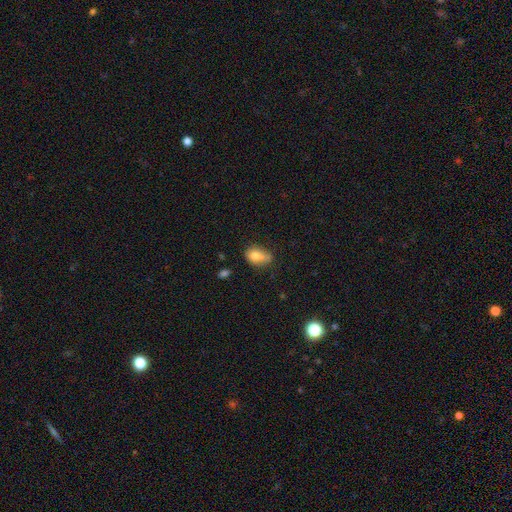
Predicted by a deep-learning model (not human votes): smooth_or_featured: smooth (p=0.71) [alt: featured or disk p=0.19]
how_rounded: in between (p=0.73) [alt: round p=0.24]
merging: none (p=0.37) [alt: minor disturbance p=0.30]